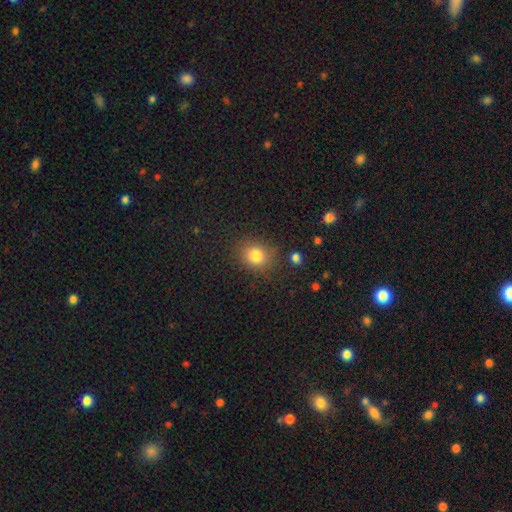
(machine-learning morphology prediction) smooth_or_featured: smooth (p=0.81) [alt: star or artifact p=0.12]
how_rounded: round (p=0.70) [alt: in between p=0.29]
merging: none (p=0.83) [alt: minor disturbance p=0.11]